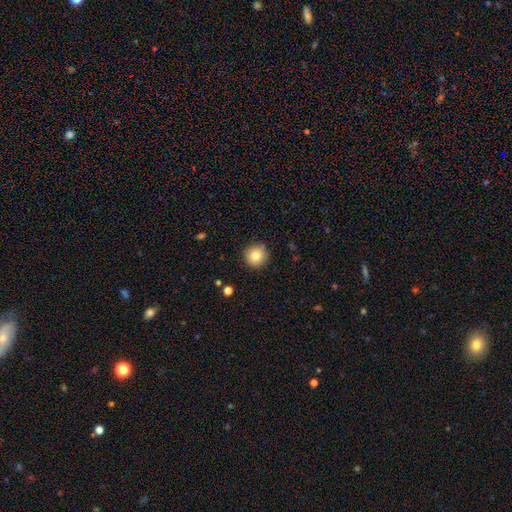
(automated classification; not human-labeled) Morphology: type=smooth (81%); roundness=round (95%); merging=none (89%).